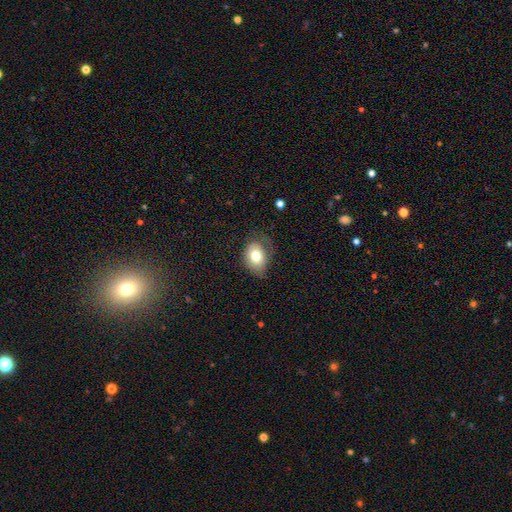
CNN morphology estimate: The model was most divided on "merging": none: 54%, minor disturbance: 30%, major disturbance: 15%, merger: 2%. More confident: smooth or featured — smooth (73%); how rounded — in between (68%).